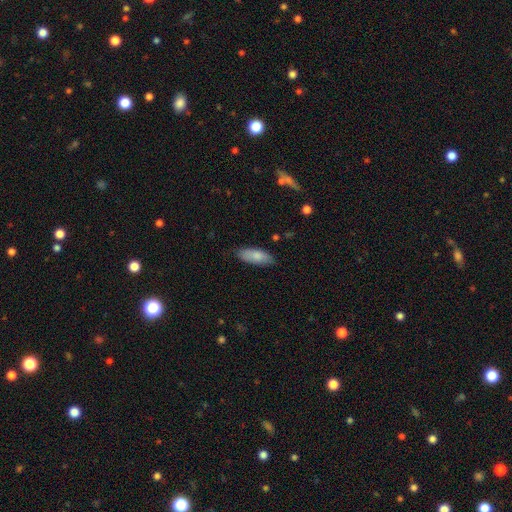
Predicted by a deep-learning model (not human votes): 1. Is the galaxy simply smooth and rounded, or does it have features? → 82% smooth, 12% featured or disk, 6% star or artifact.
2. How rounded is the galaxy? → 76% in between, 22% cigar-shaped, 2% round.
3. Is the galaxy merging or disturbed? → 81% none, 15% minor disturbance, 3% major disturbance, 1% merger.